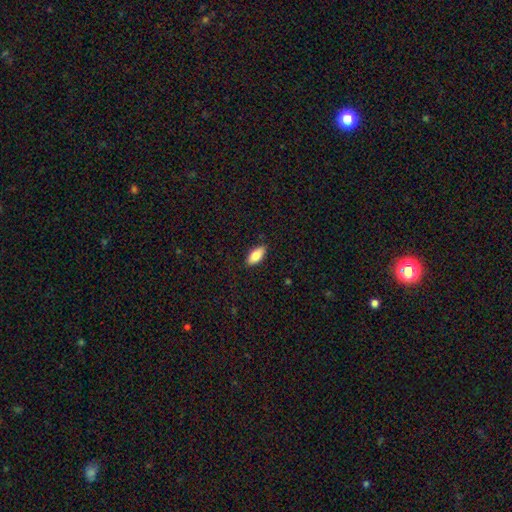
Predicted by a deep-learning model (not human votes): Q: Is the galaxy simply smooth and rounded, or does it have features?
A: smooth — 84%.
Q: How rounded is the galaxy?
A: in between — 89%.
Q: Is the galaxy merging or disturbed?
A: none — 87%.